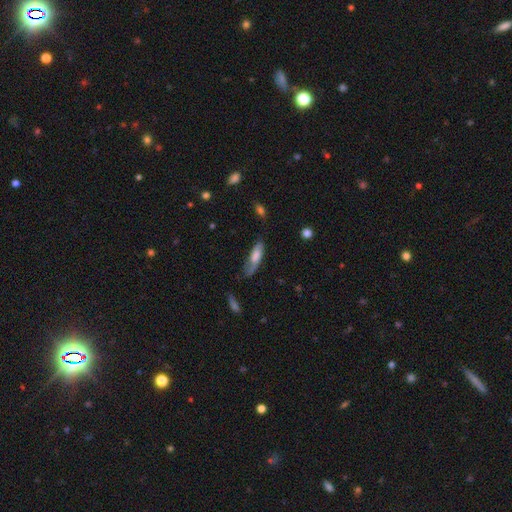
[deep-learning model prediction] smooth 59%, featured or disk 34%, star or artifact 7%. Down the decision tree: how rounded — cigar-shaped (49%); merging — none (52%).